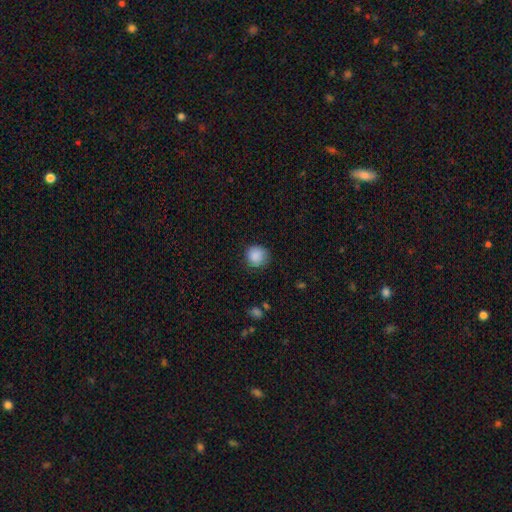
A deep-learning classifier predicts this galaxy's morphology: Smooth or featured? Predicted: smooth (p=0.88). How rounded? Predicted: round (p=0.90). Merging? Predicted: none (p=0.83).